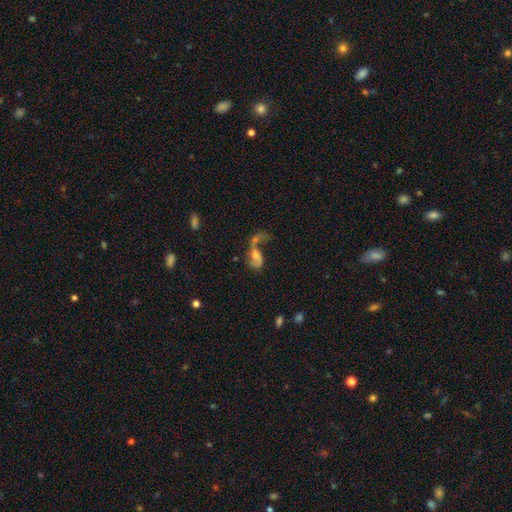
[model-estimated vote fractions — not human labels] smooth-or-featured: featured or disk: 55% | smooth: 34% | star or artifact: 11%
  disk-edge-on: no: 96% | yes: 4%
    bar: no: 66% | weak: 27% | strong: 7%
    has-spiral-arms: yes: 69% | no: 31%
    bulge-size: moderate: 51% | small: 25% | large: 12% | none: 9% | dominant: 2%
  merging: merger: 50% | major disturbance: 25% | none: 16% | minor disturbance: 9%